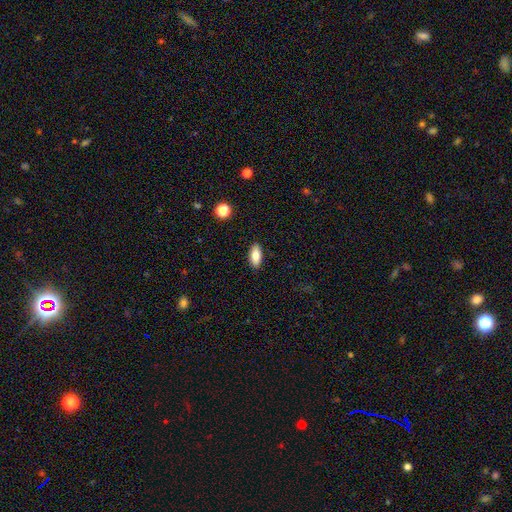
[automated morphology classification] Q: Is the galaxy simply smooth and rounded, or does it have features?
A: smooth — 83%.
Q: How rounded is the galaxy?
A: in between — 87%.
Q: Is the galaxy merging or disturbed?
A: none — 90%.